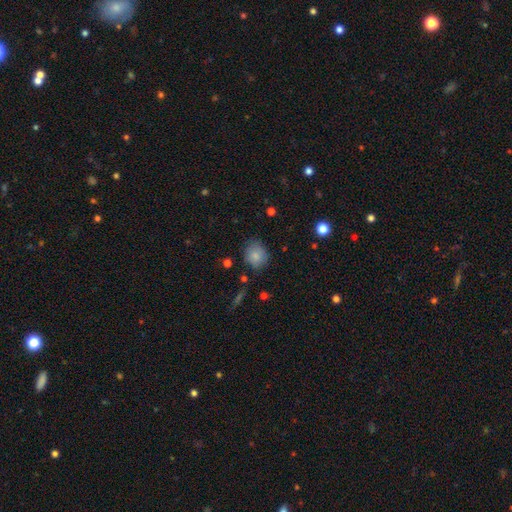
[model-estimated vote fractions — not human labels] smooth-or-featured: smooth: 83% | star or artifact: 9% | featured or disk: 8%
  how-rounded: round: 72% | in between: 27% | cigar-shaped: 1%
  merging: none: 73% | minor disturbance: 20% | major disturbance: 4% | merger: 2%